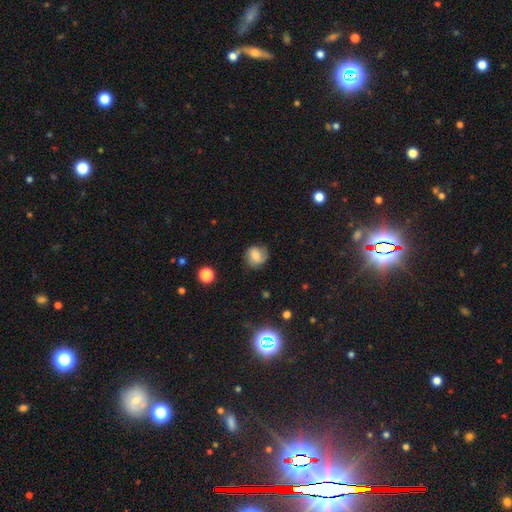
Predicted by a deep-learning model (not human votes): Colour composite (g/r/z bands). It shows a smooth galaxy with no disk features (65%) that is round (82%). Merging: none (74%).